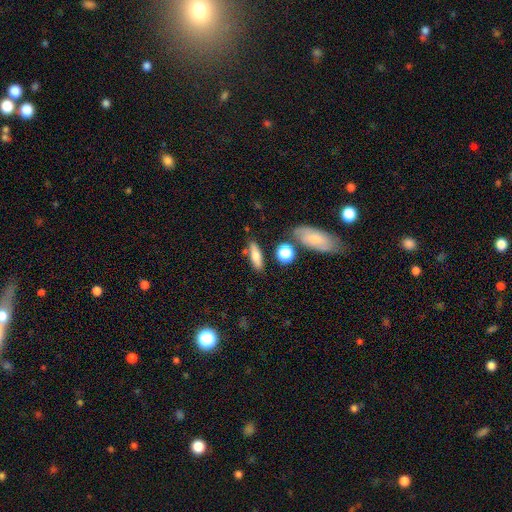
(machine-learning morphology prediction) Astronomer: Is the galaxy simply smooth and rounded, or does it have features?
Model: smooth — 66%.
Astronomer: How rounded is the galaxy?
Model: cigar-shaped — 49% (runner-up: in between, 46%).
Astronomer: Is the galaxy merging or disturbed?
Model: none — 74%.